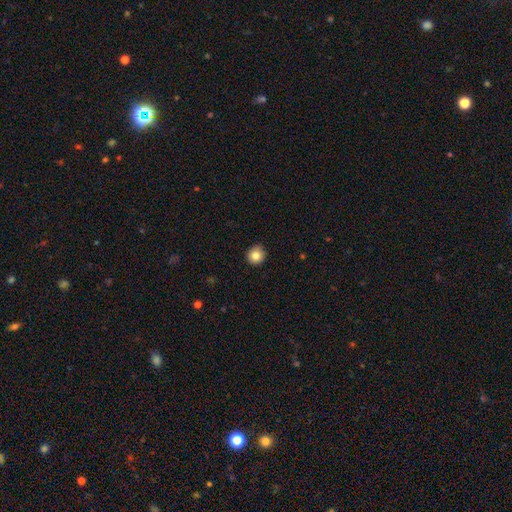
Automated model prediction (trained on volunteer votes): Morphology: type=smooth (83%); roundness=round (91%); merging=none (89%).